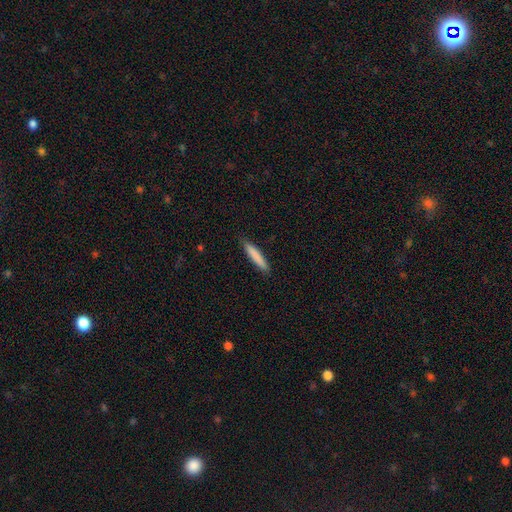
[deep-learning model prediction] Q: Smooth or featured?
A: smooth (83%); runner-up: featured or disk (12%)
Q: How rounded?
A: cigar-shaped (90%); runner-up: in between (8%)
Q: Merging?
A: none (88%); runner-up: minor disturbance (10%)